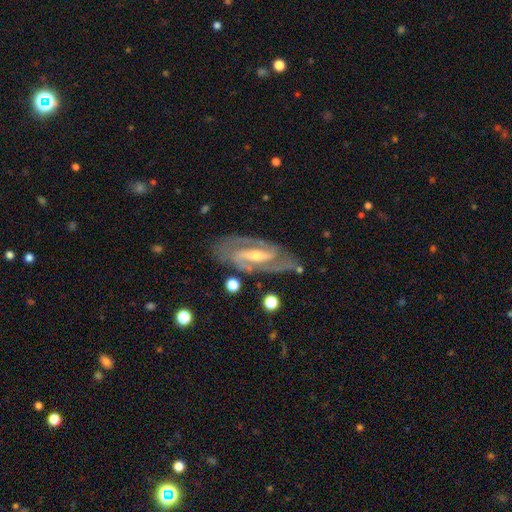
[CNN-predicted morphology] smooth_or_featured: featured or disk (p=0.90) [alt: smooth p=0.05]
disk_edge_on: no (p=0.94) [alt: yes p=0.06]
bar: strong (p=0.58) [alt: weak p=0.29]
has_spiral_arms: yes (p=0.97) [alt: no p=0.03]
spiral_winding: medium (p=0.52) [alt: tight p=0.37]
spiral_arm_count: 2 (p=0.90) [alt: can't tell p=0.03]
bulge_size: small (p=0.55) [alt: moderate p=0.40]
merging: none (p=0.80) [alt: minor disturbance p=0.14]